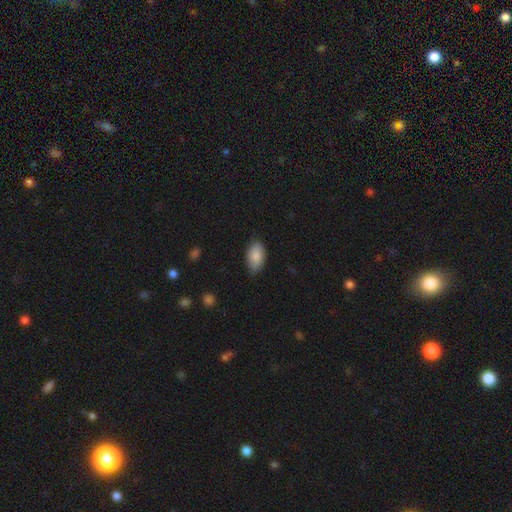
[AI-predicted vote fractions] Morphology: type=smooth (88%); roundness=in between (94%); merging=none (81%).